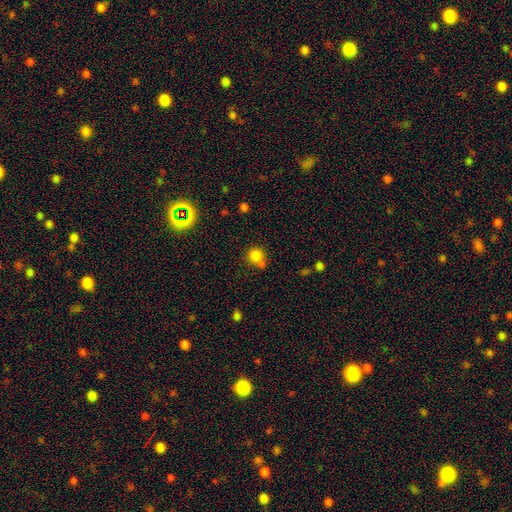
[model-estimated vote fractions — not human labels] The model was most divided on "merging": none: 56%, merger: 26%, minor disturbance: 13%, major disturbance: 5%. More confident: how rounded — round (87%); smooth or featured — smooth (81%).